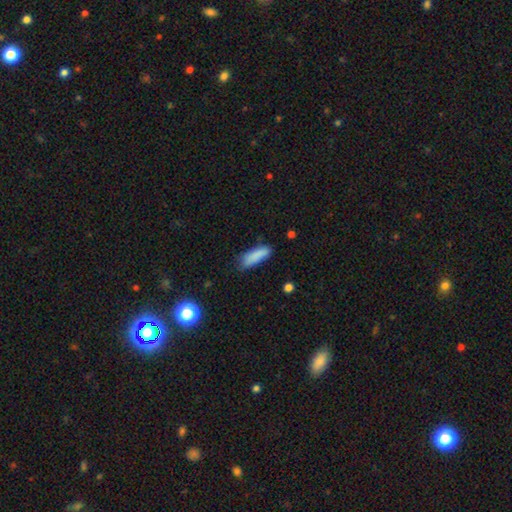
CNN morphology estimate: A smooth galaxy with no disk features (86%) that is cigar-shaped (49%, tied with in between). Merging: none (67%).